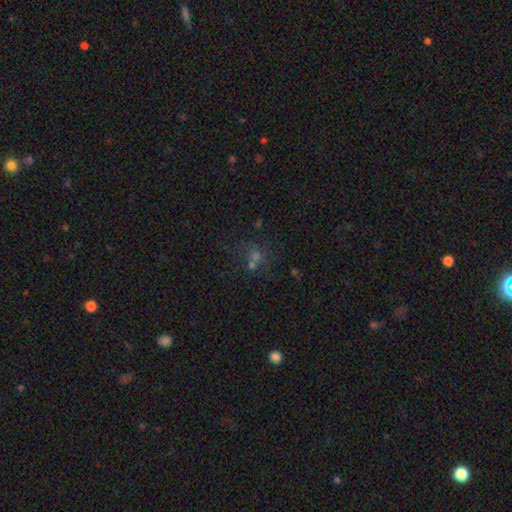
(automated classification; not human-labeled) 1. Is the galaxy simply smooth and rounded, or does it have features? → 45% smooth, 41% star or artifact, 14% featured or disk.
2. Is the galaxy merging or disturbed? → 56% none, 27% merger, 10% minor disturbance, 7% major disturbance.